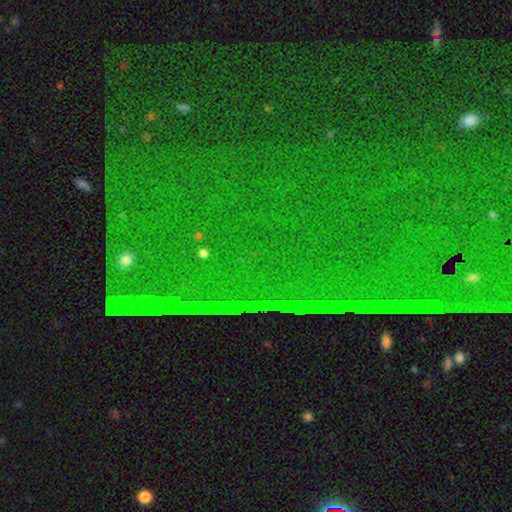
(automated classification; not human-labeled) Smooth or featured: star or artifact — 86% (featured or disk — 8%)